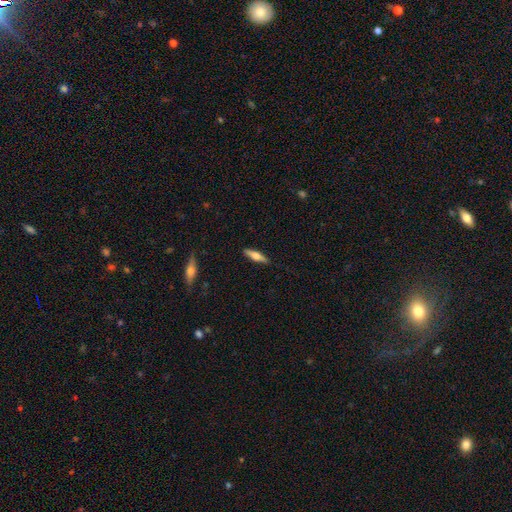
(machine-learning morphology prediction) The model was most divided on "smooth or featured": smooth: 52%, featured or disk: 42%, star or artifact: 6%. More confident: merging — none (89%); how rounded — cigar-shaped (70%).